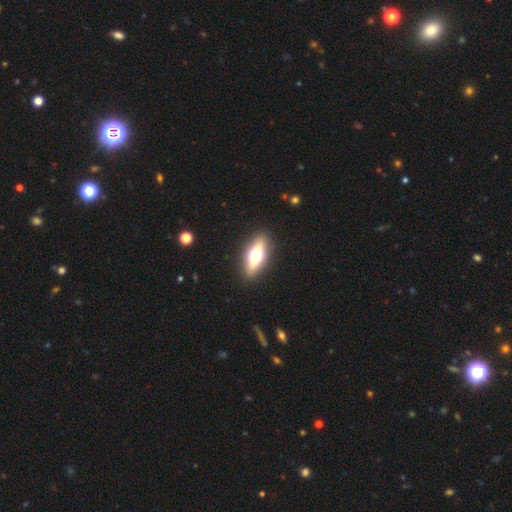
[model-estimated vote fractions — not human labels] Smooth or featured: featured or disk — 47% (smooth — 45%)
Merging: none — 89% (minor disturbance — 7%)